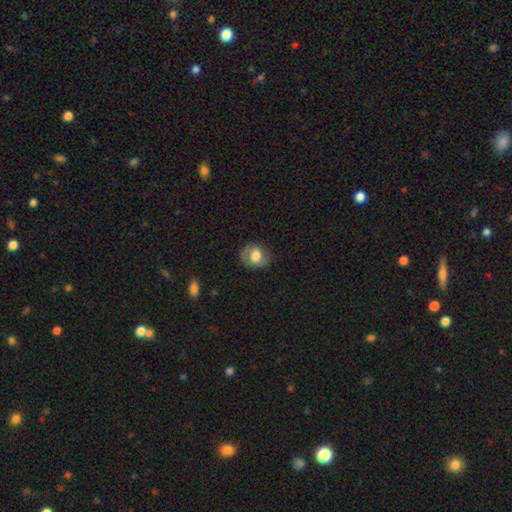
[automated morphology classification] This is possibly a smooth galaxy (55%). How rounded: possibly round (58%). Merging: likely none (72%).